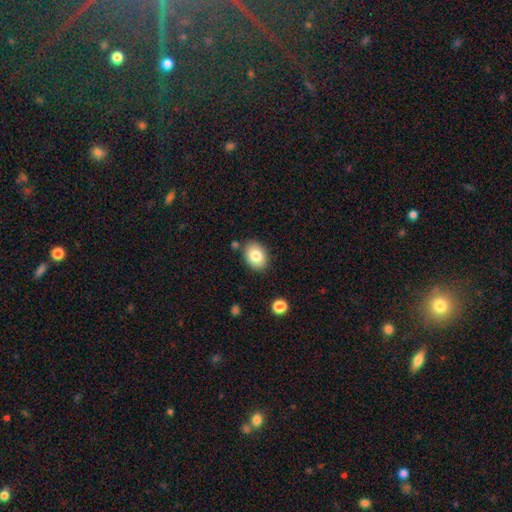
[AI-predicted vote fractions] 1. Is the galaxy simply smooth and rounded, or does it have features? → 82% smooth, 10% featured or disk, 8% star or artifact.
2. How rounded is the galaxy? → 73% in between, 26% round, 1% cigar-shaped.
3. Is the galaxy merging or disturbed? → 83% none, 11% minor disturbance, 4% merger, 3% major disturbance.